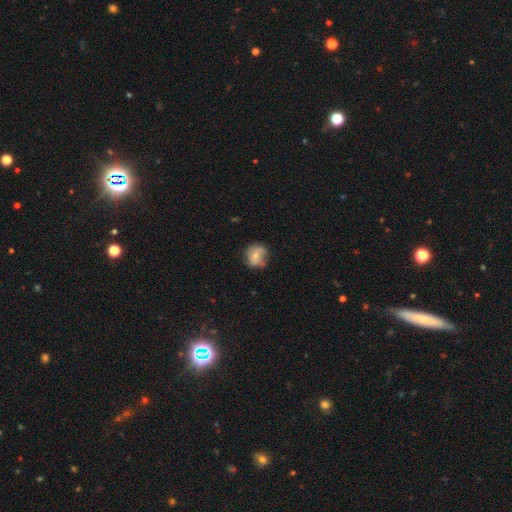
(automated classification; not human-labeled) The model was most divided on "smooth or featured": smooth: 58%, featured or disk: 32%, star or artifact: 9%. More confident: how rounded — round (74%); merging — none (60%).